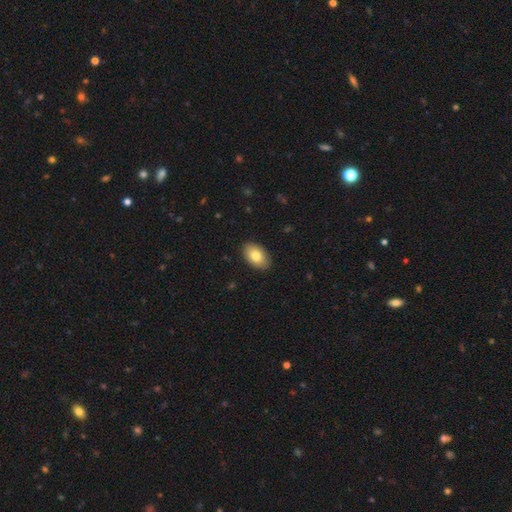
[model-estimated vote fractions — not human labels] Q: Smooth or featured?
A: smooth (82%); runner-up: featured or disk (12%)
Q: How rounded?
A: in between (93%); runner-up: round (6%)
Q: Merging?
A: none (88%); runner-up: minor disturbance (9%)